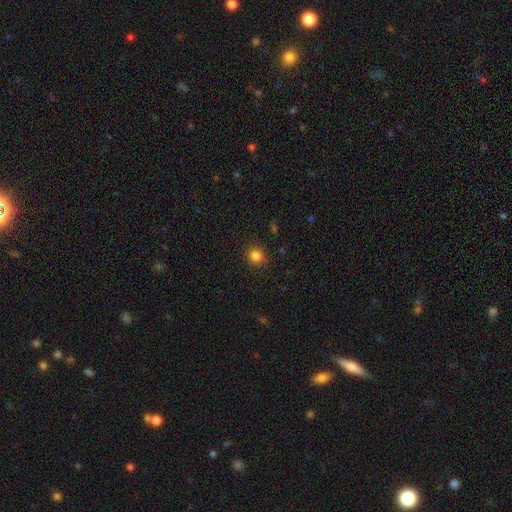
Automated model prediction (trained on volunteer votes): Smooth or featured: smooth — 83% (star or artifact — 12%)
How rounded: round — 86% (in between — 13%)
Merging: none — 89% (minor disturbance — 7%)